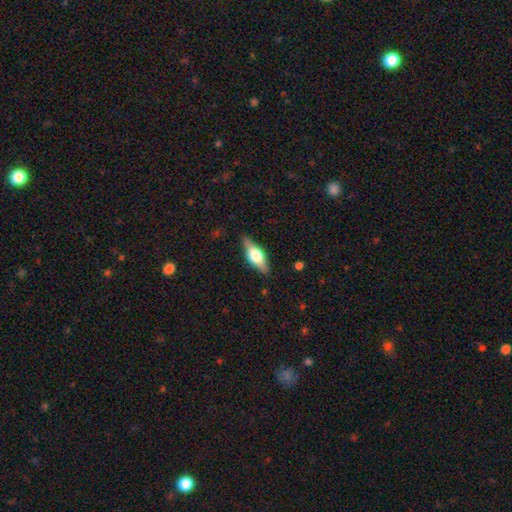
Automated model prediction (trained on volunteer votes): smooth-or-featured: featured or disk: 55% | smooth: 38% | star or artifact: 7%
  disk-edge-on: yes: 93% | no: 7%
    edge-on-bulge: rounded: 92% | boxy: 7% | none: 1%
  merging: none: 85% | minor disturbance: 11% | major disturbance: 2% | merger: 1%